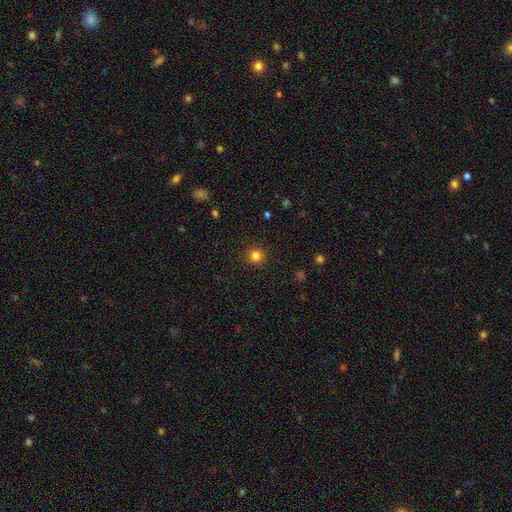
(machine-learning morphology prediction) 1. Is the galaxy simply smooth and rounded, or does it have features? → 82% smooth, 14% star or artifact, 4% featured or disk.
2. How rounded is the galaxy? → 94% round, 5% in between, 1% cigar-shaped.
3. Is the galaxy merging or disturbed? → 91% none, 6% minor disturbance, 2% major disturbance, 1% merger.